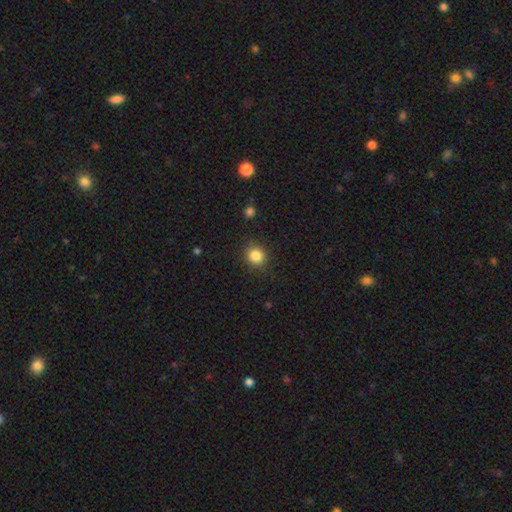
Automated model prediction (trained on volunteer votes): A smooth galaxy with no disk features (84%) that is round (83%). Merging: none (88%).